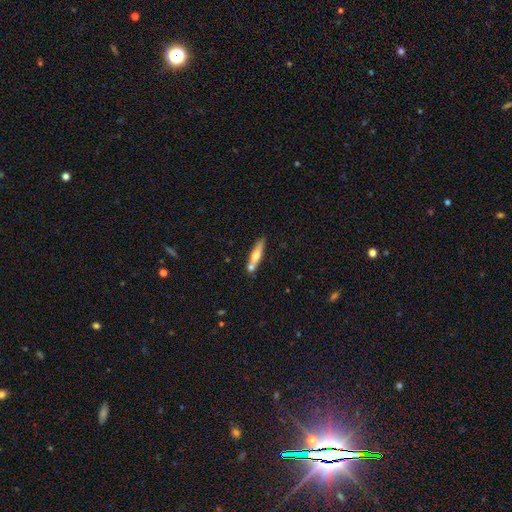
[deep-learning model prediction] Smooth or featured? Predicted: smooth (p=0.54). How rounded? Predicted: cigar-shaped (p=0.84). Merging? Predicted: none (p=0.65).